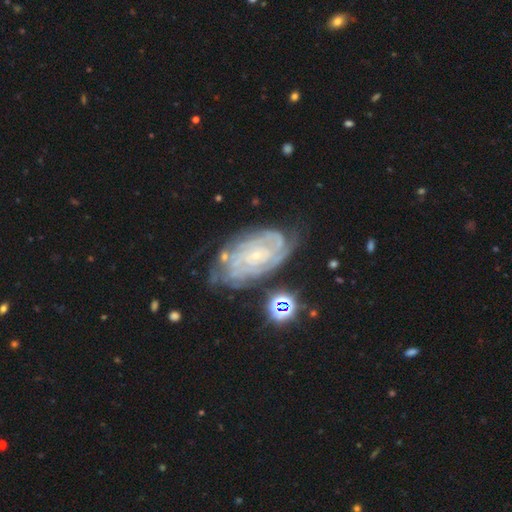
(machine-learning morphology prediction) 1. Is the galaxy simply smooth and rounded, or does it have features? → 84% featured or disk, 9% smooth, 7% star or artifact.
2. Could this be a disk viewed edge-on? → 95% no, 5% yes.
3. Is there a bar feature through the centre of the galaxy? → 72% no, 21% weak, 6% strong.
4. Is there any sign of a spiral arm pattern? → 95% yes, 5% no.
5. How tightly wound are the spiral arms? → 79% tight, 17% medium, 4% loose.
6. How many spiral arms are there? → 42% can't tell, 15% 2, 15% 4, 14% 3, 9% more than 4, 5% 1.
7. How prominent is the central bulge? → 82% small, 12% moderate, 3% none, 1% large, 1% dominant.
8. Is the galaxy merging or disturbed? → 64% none, 22% minor disturbance, 9% major disturbance, 5% merger.